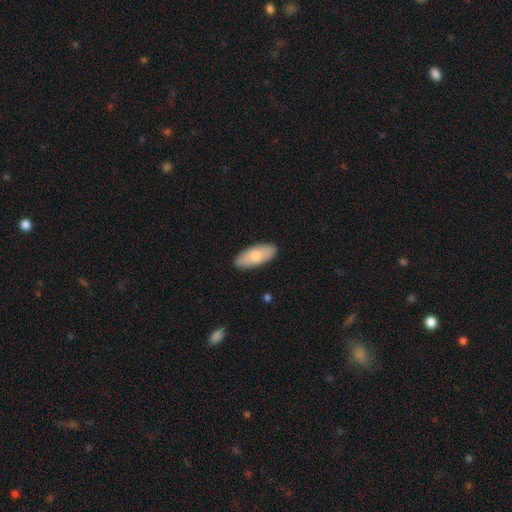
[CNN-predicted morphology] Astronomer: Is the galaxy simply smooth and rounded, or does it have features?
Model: smooth — 77%.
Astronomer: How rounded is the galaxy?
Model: in between — 88%.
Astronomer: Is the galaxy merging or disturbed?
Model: none — 88%.